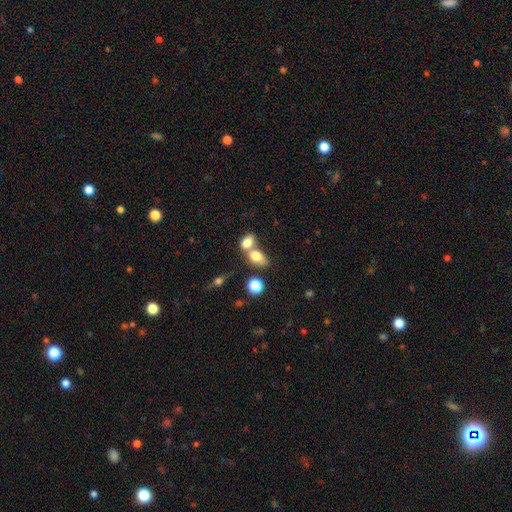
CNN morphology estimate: smooth-or-featured: smooth: 76% | featured or disk: 14% | star or artifact: 10%
  how-rounded: in between: 79% | round: 18% | cigar-shaped: 3%
  merging: merger: 58% | none: 29% | minor disturbance: 8% | major disturbance: 4%